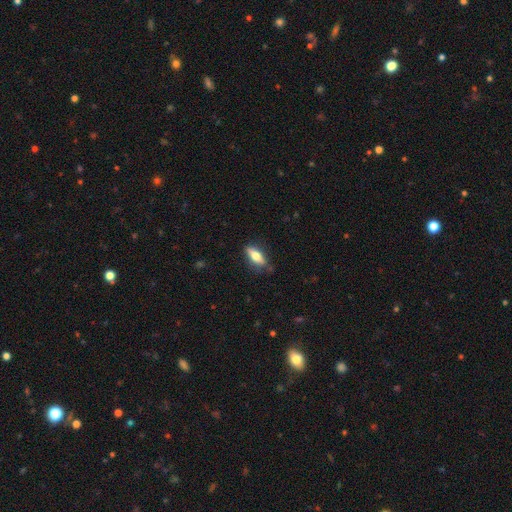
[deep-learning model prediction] smooth-or-featured: smooth: 68% | featured or disk: 26% | star or artifact: 6%
  how-rounded: in between: 69% | cigar-shaped: 28% | round: 3%
  merging: none: 77% | minor disturbance: 17% | major disturbance: 4% | merger: 2%